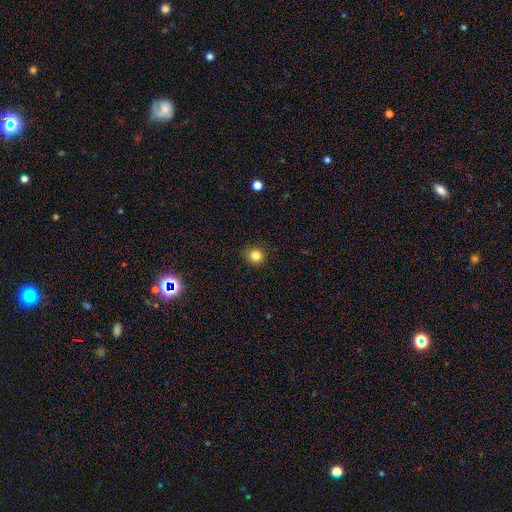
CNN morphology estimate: Smooth or featured? Predicted: smooth (p=0.83). How rounded? Predicted: round (p=0.82). Merging? Predicted: none (p=0.85).